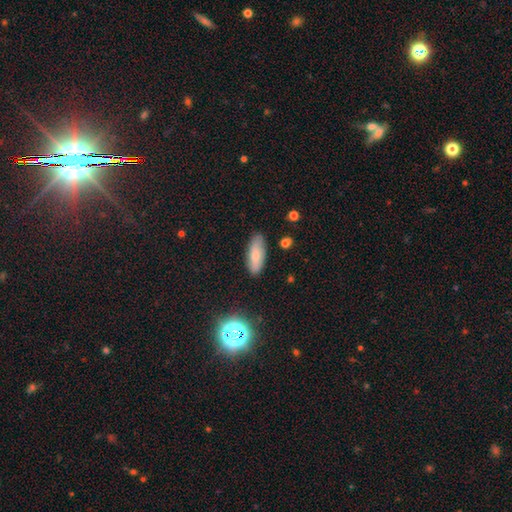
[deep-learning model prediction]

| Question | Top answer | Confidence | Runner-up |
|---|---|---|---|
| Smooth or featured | smooth | 76% | featured or disk (16%) |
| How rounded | in between | 71% | cigar-shaped (27%) |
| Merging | none | 85% | minor disturbance (11%) |